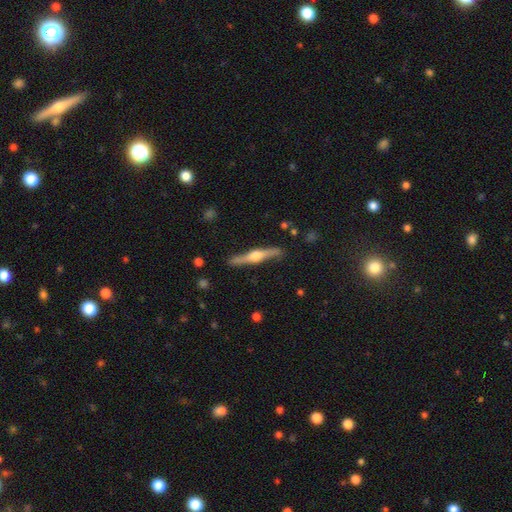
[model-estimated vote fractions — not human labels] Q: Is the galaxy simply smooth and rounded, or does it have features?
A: featured or disk — 73%.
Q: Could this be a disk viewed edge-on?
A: yes — 97%.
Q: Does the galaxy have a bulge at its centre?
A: rounded — 94%.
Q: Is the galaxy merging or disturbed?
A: none — 88%.